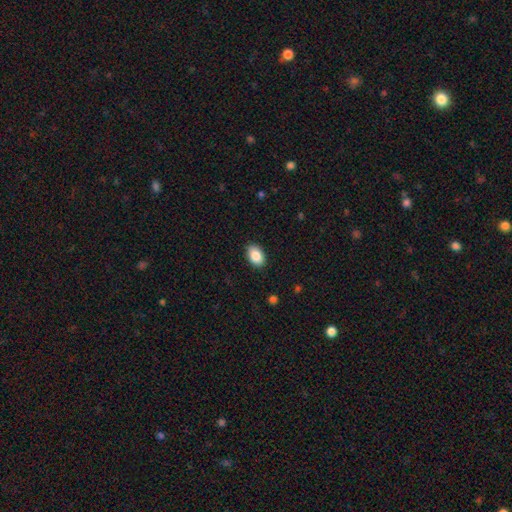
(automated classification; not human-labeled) Smooth or featured? smooth (88%)
How rounded? in between (88%)
Merging? none (89%)